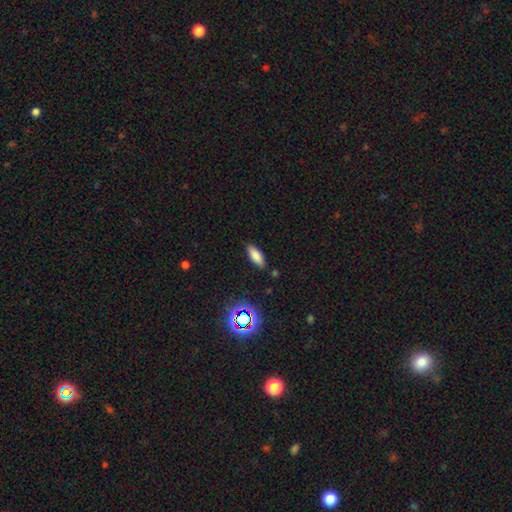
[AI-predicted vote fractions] Morphology: type=smooth (81%); roundness=in between (73%); merging=none (85%).